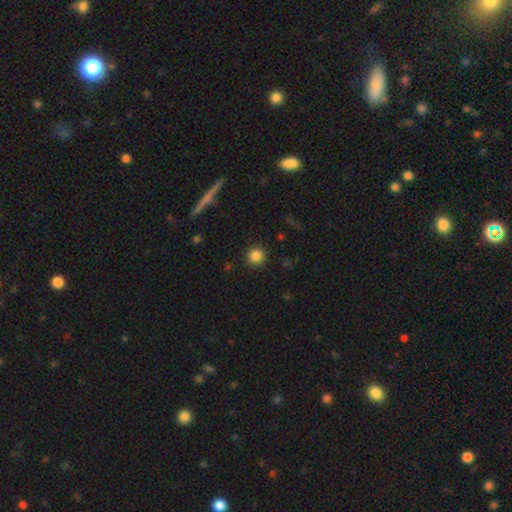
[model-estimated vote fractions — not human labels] The model was most divided on "smooth or featured": smooth: 85%, star or artifact: 11%, featured or disk: 5%. More confident: how rounded — round (94%); merging — none (91%).